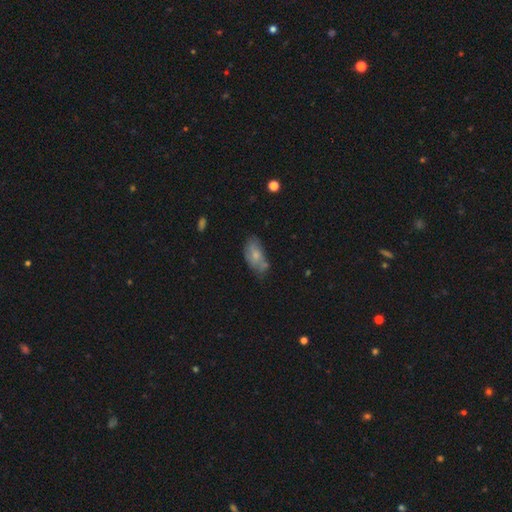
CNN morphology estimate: Q: Smooth or featured?
A: smooth (61%); runner-up: featured or disk (31%)
Q: How rounded?
A: in between (91%); runner-up: cigar-shaped (5%)
Q: Merging?
A: none (45%); runner-up: minor disturbance (34%)